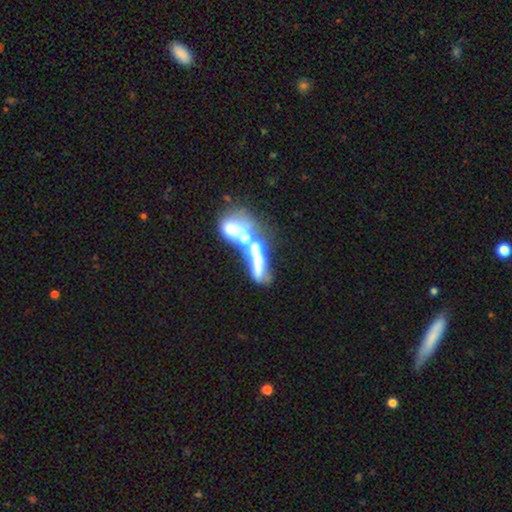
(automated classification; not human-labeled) Q: Smooth or featured?
A: featured or disk (49%); runner-up: smooth (36%)
Q: Merging?
A: merger (66%); runner-up: major disturbance (14%)